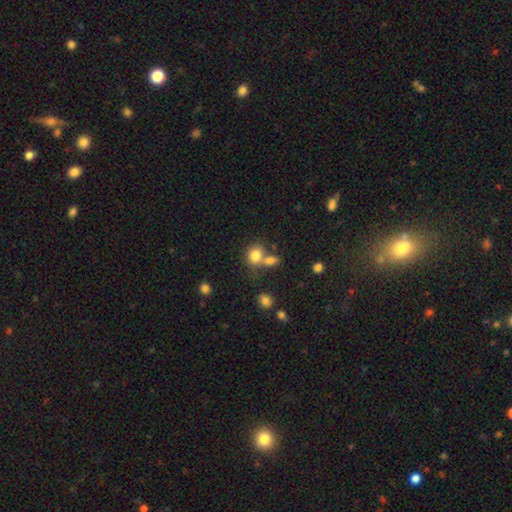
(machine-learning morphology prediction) This appears to be a smooth galaxy with no disk features (81%) that is round (62%). Merging: none (44%).